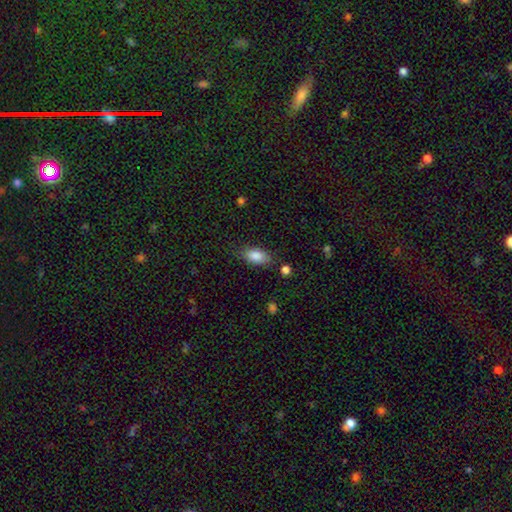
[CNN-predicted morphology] Smooth or featured? smooth (85%)
How rounded? in between (90%)
Merging? none (73%)